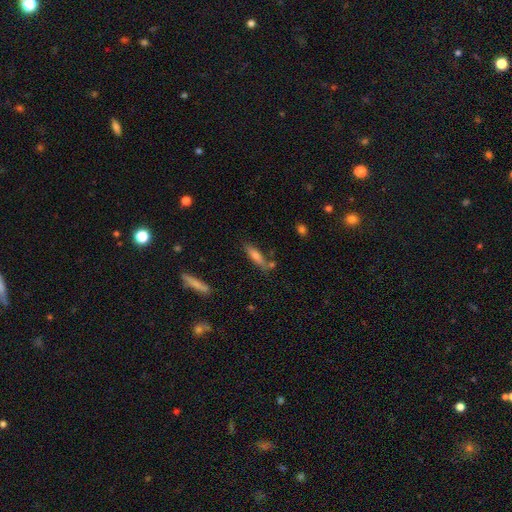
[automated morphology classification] This appears to be a smooth galaxy with no disk features (64%) that is cigar-shaped (68%). Merging: none (65%).